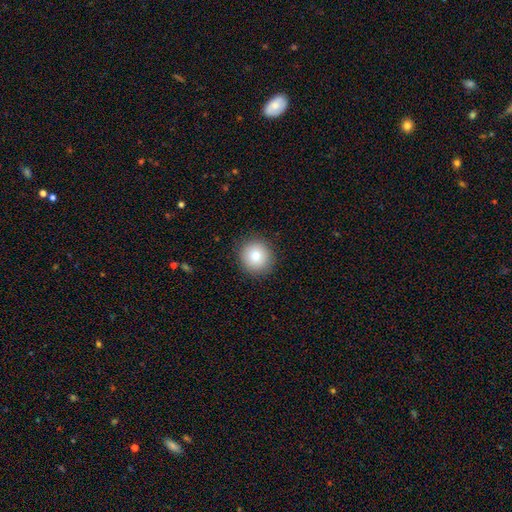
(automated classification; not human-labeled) Smooth or featured? smooth (78%)
How rounded? round (94%)
Merging? none (91%)